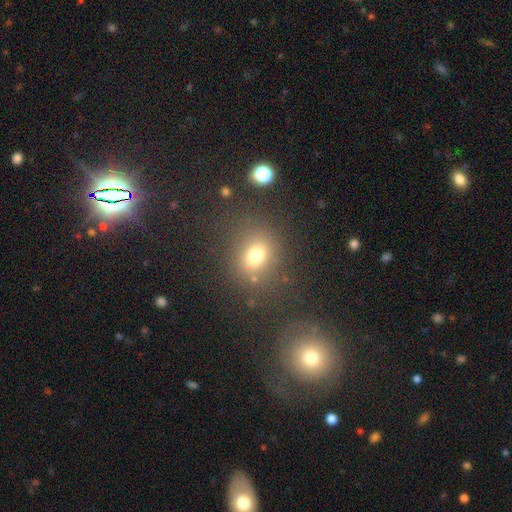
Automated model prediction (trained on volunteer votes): A smooth galaxy with no disk features (73%) that is round (60%).

Vote fractions:
- Smooth or featured? smooth: 73% / star or artifact: 17% / featured or disk: 10%
- How rounded? round: 60% / in between: 38% / cigar-shaped: 2%
- Merging? none: 76% / minor disturbance: 12% / major disturbance: 7% / merger: 4%